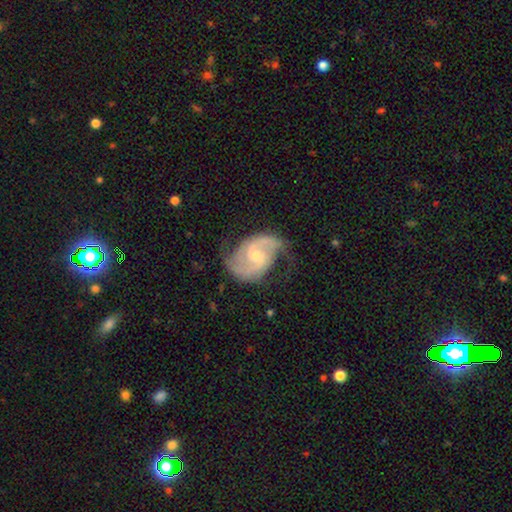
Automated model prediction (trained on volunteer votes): This is clearly a featured or disk galaxy (88%). It is clearly not viewed edge-on (98%). Bar: possibly no (46%). Spiral arm pattern: clearly yes (97%). Spiral arm count: clearly 2 (88%). Spiral winding: possibly medium (53%). Central bulge: possibly small (50%). Merging: likely none (67%).